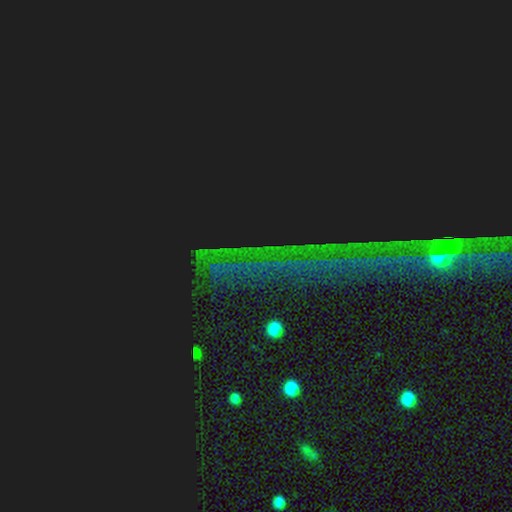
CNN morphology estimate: Smooth or featured? star or artifact (86%)